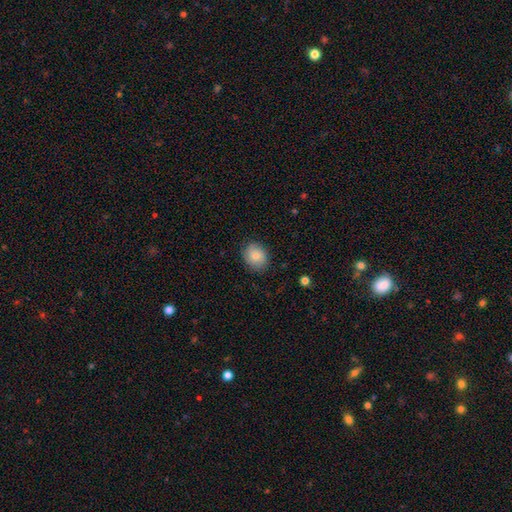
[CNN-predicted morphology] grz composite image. It shows a smooth galaxy with no disk features (82%) that is round (60%). Merging: none (85%).